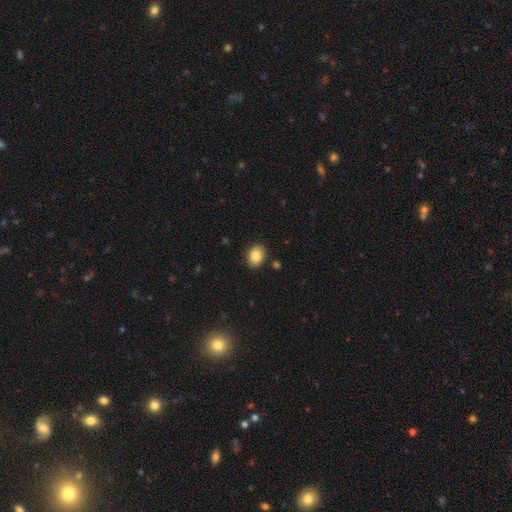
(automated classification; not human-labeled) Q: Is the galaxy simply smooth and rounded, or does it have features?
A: smooth — 85%.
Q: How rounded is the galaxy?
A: in between — 61%.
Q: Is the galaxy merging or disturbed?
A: none — 88%.